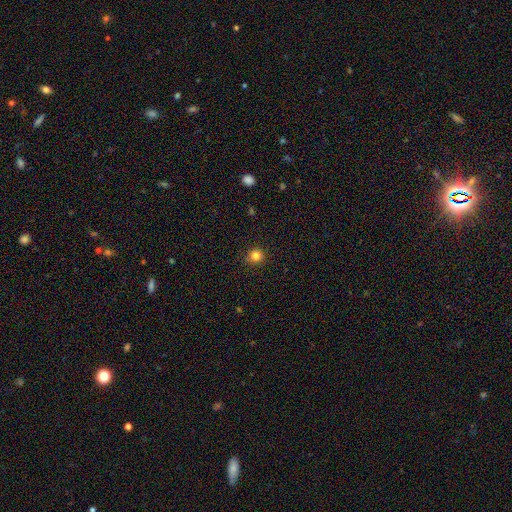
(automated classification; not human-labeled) Smooth or featured: smooth — 82% (star or artifact — 13%)
How rounded: round — 92% (in between — 7%)
Merging: none — 90% (minor disturbance — 7%)